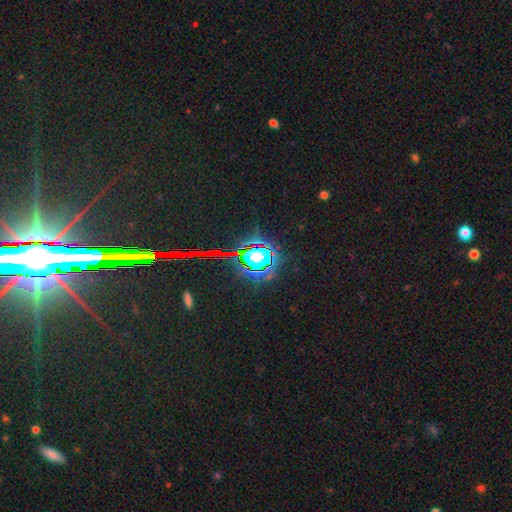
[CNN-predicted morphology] star or artifact 66%, smooth 22%, featured or disk 13%.